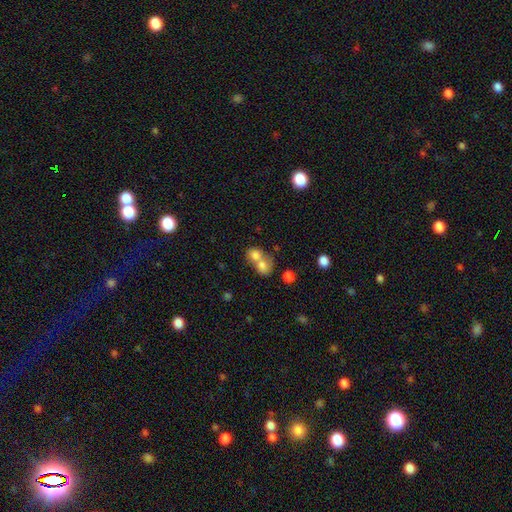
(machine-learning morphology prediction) Smooth or featured? Predicted: smooth (p=0.75). How rounded? Predicted: round (p=0.62). Merging? Predicted: merger (p=0.70).